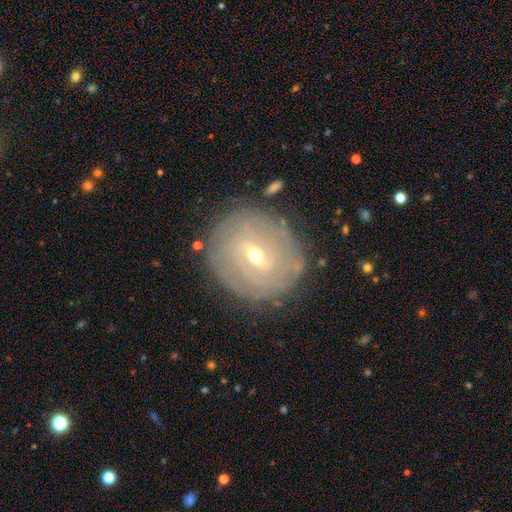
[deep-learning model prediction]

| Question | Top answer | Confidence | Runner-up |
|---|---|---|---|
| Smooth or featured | featured or disk | 76% | smooth (16%) |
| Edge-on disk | no | 94% | yes (6%) |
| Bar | weak | 56% | strong (27%) |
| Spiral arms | yes | 78% | no (22%) |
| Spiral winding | tight | 83% | medium (12%) |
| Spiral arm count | can't tell | 56% | 2 (12%) |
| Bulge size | moderate | 50% | small (47%) |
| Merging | none | 83% | minor disturbance (11%) |